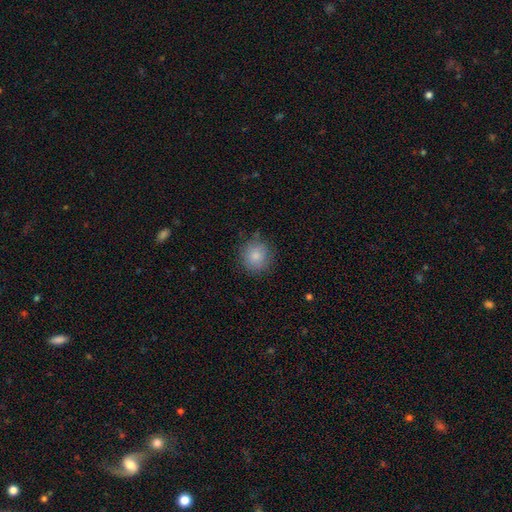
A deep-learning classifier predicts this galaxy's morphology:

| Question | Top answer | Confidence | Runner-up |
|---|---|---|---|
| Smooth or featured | smooth | 84% | star or artifact (8%) |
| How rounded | round | 89% | in between (10%) |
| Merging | none | 80% | minor disturbance (15%) |